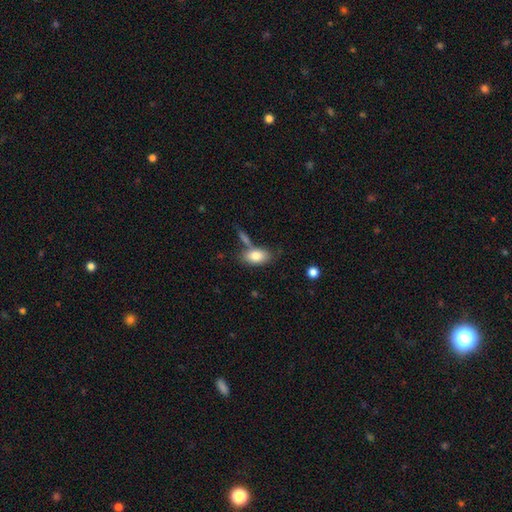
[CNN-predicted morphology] Smooth or featured: smooth — 82% (featured or disk — 11%)
How rounded: in between — 91% (round — 6%)
Merging: none — 59% (merger — 19%)